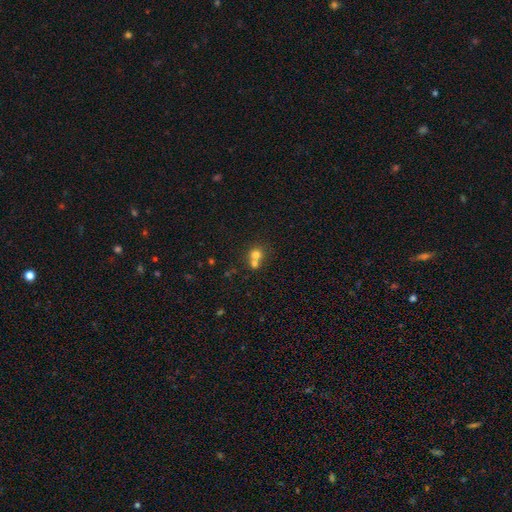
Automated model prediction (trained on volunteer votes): Smooth or featured: smooth — 72% (star or artifact — 14%)
How rounded: round — 84% (in between — 15%)
Merging: merger — 56% (none — 36%)